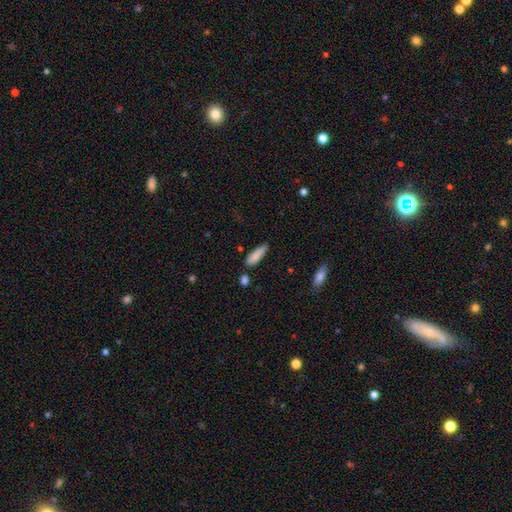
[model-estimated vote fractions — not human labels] Overall: smooth (85%). How rounded: cigar-shaped (54%; in between 44%). Merging: none (70%).